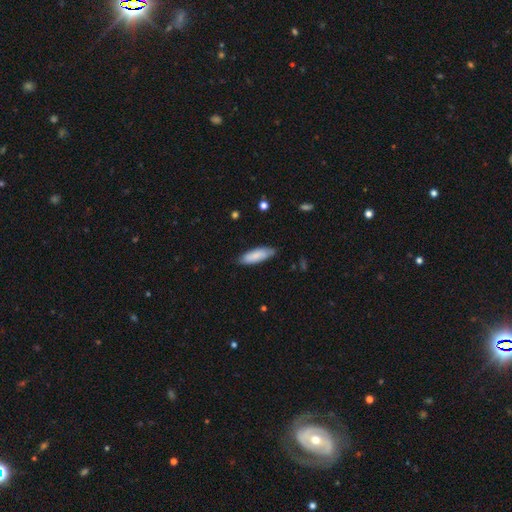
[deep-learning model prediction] The model was most divided on "how rounded": in between: 56%, cigar-shaped: 42%, round: 1%. More confident: merging — none (79%); smooth or featured — smooth (78%).